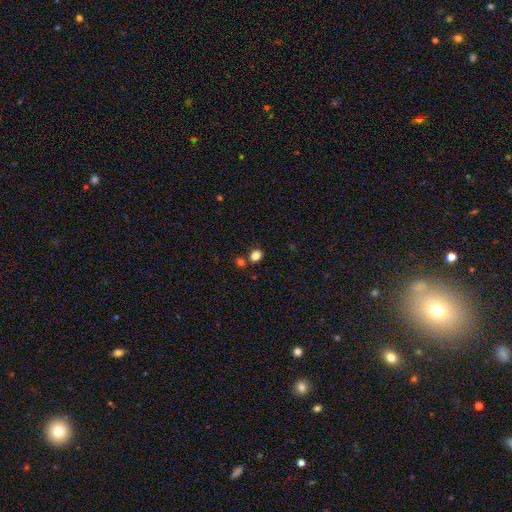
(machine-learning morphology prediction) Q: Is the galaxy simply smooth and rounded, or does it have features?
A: smooth — 83%.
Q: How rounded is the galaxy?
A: in between — 57%.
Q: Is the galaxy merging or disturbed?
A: none — 73%.